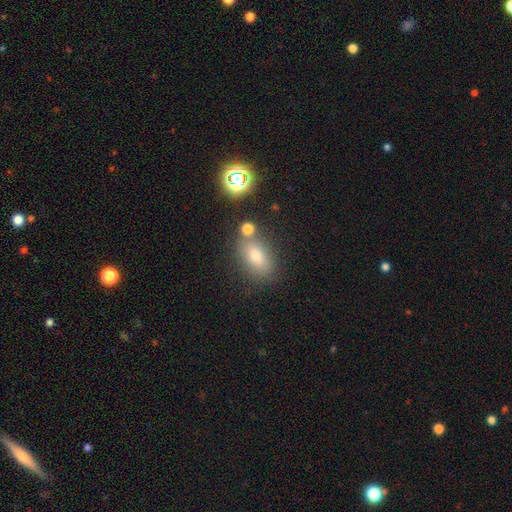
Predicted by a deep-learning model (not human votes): A smooth galaxy with no disk features (72%) that is in between round and cigar-shaped (80%). Merging: none (70%).